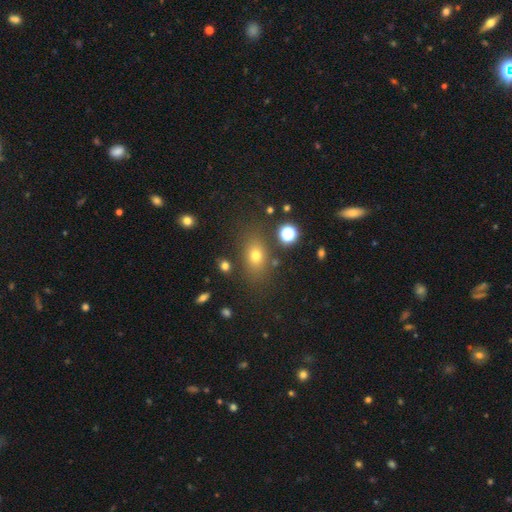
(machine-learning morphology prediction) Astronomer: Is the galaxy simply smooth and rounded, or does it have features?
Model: smooth — 70%.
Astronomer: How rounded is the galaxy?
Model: in between — 68%.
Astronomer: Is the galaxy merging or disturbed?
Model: none — 78%.